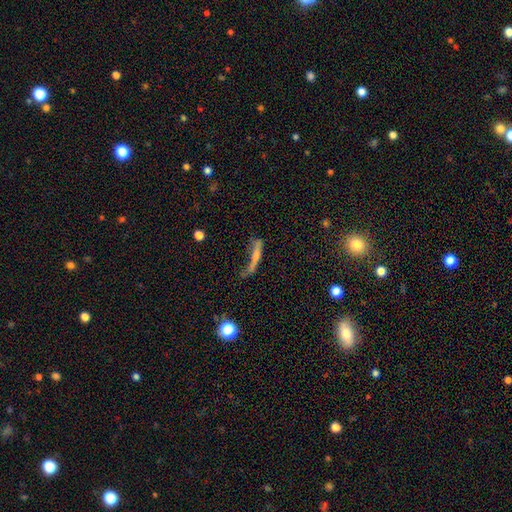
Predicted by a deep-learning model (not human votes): This is possibly a featured or disk galaxy (45%). Merging: marginally major disturbance (37%).